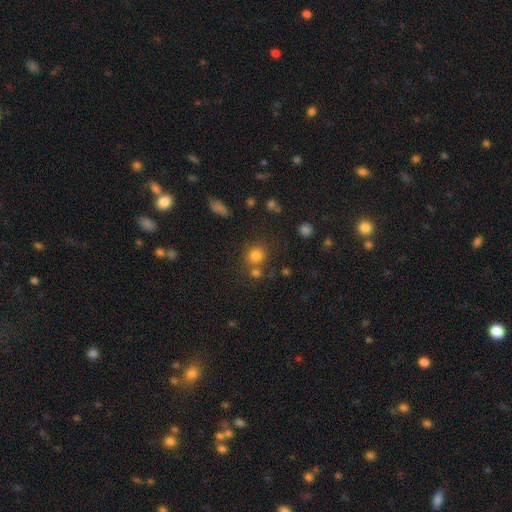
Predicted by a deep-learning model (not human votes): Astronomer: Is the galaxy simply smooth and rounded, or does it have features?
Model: smooth — 78%.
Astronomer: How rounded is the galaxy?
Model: round — 85%.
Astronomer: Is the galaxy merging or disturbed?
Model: none — 65%.